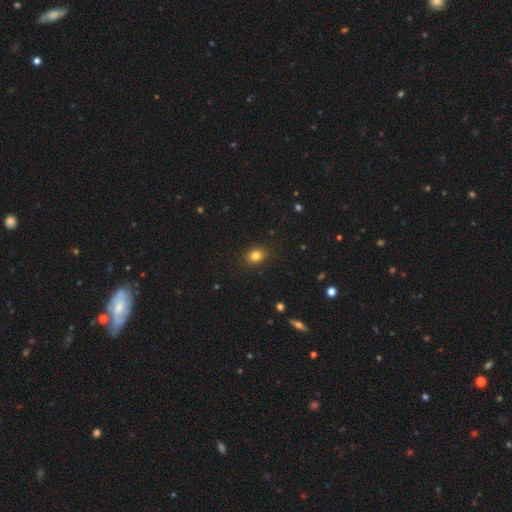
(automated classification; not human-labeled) A smooth galaxy with no disk features (81%) that is round (55%).

Vote fractions:
- Smooth or featured? smooth: 81% / star or artifact: 12% / featured or disk: 6%
- How rounded? round: 55% / in between: 44% / cigar-shaped: 1%
- Merging? none: 88% / minor disturbance: 8% / major disturbance: 2% / merger: 1%